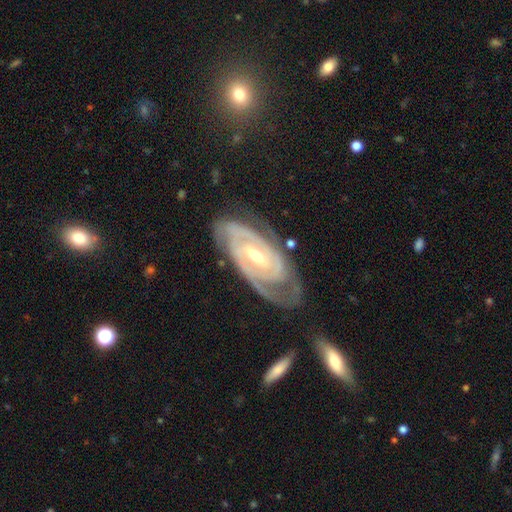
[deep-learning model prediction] smooth_or_featured: featured or disk (p=0.91) [alt: smooth p=0.05]
disk_edge_on: no (p=0.95) [alt: yes p=0.05]
bar: weak (p=0.41) [alt: no p=0.29]
has_spiral_arms: yes (p=0.97) [alt: no p=0.03]
spiral_winding: tight (p=0.75) [alt: medium p=0.21]
spiral_arm_count: 2 (p=0.63) [alt: can't tell p=0.14]
bulge_size: moderate (p=0.58) [alt: small p=0.38]
merging: none (p=0.70) [alt: minor disturbance p=0.20]